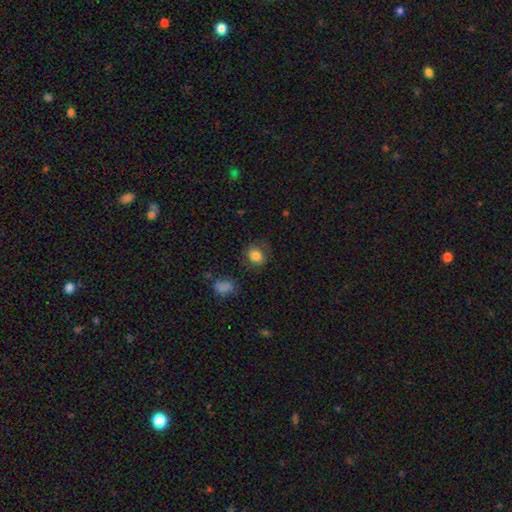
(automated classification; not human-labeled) This is clearly a smooth galaxy (81%). How rounded: possibly round (58%). Merging: likely none (72%).